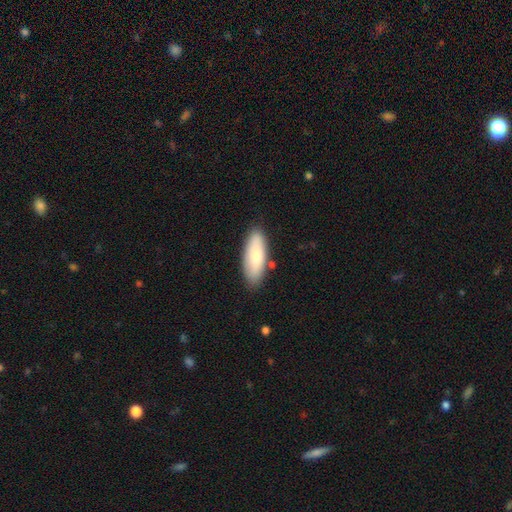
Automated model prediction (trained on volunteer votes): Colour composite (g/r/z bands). It shows a smooth galaxy with no disk features (79%) that is in between round and cigar-shaped (71%). Merging: none (82%).